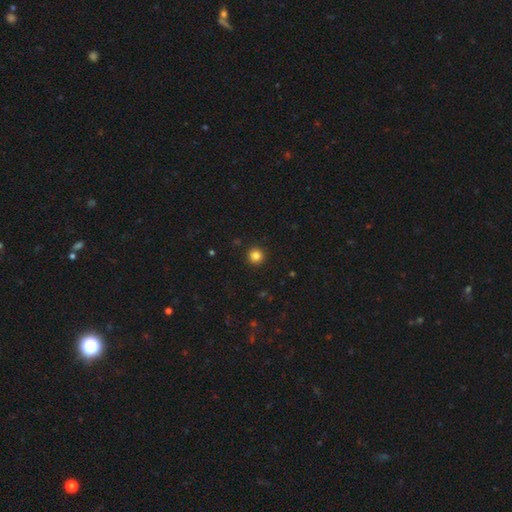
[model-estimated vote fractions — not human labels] Smooth or featured: smooth — 84% (star or artifact — 12%)
How rounded: round — 96% (in between — 3%)
Merging: none — 93% (minor disturbance — 4%)